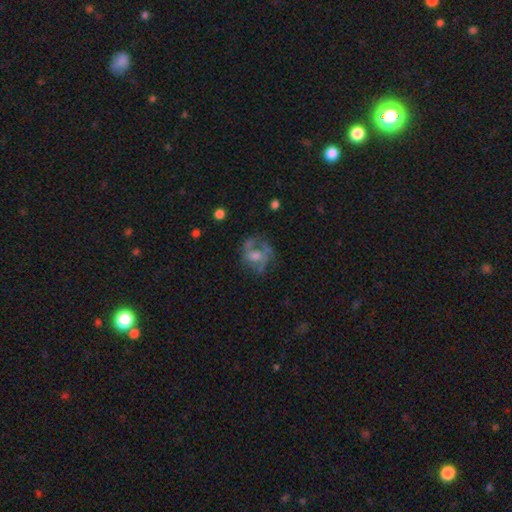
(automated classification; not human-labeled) A featured or disk galaxy (67%) with no bar (62%), spiral arms (73%) and a moderate central bulge (48%).

Vote fractions:
- Smooth or featured? featured or disk: 67% / smooth: 20% / star or artifact: 13%
- Edge-on disk? no: 97% / yes: 3%
- Bar? no: 62% / weak: 31% / strong: 7%
- Spiral arms? yes: 73% / no: 27%
- Bulge size? moderate: 48% / small: 31% / none: 11% / large: 8% / dominant: 2%
- Merging? none: 55% / major disturbance: 23% / minor disturbance: 18% / merger: 3%